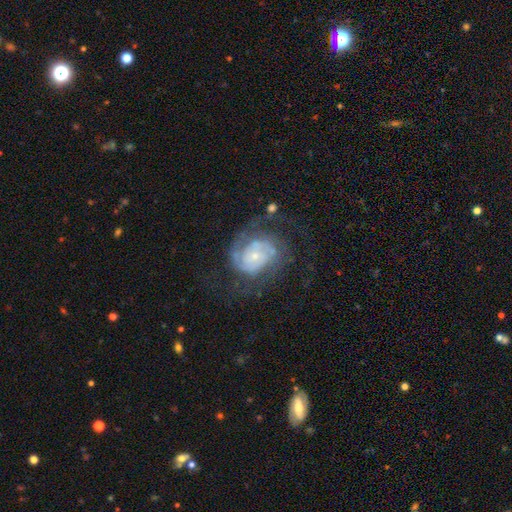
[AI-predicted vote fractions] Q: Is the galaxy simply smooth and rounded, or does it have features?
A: featured or disk — 81%.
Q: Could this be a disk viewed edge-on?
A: no — 97%.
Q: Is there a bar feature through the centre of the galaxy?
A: no — 66%.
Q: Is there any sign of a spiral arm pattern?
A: yes — 93%.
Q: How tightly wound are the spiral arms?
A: tight — 52%.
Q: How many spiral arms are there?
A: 2 — 48%.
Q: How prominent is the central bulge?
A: small — 70%.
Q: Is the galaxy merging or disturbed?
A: none — 65%.